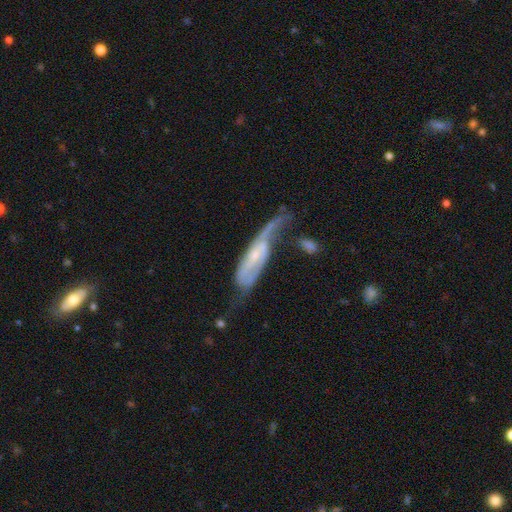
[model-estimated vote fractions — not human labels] Smooth or featured? Predicted: featured or disk (p=0.73). Edge-on disk? Predicted: no (p=0.77). Bar? Predicted: no (p=0.50). Spiral arms? Predicted: yes (p=0.82). Bulge size? Predicted: small (p=0.63). Merging? Predicted: major disturbance (p=0.38).